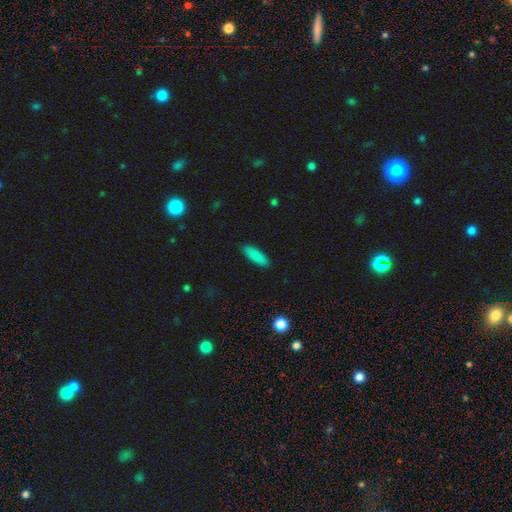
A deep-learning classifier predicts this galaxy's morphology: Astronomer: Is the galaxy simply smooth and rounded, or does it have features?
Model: smooth — 88%.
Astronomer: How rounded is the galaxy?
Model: in between — 53% (runner-up: cigar-shaped, 45%).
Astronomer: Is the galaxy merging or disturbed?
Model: none — 89%.